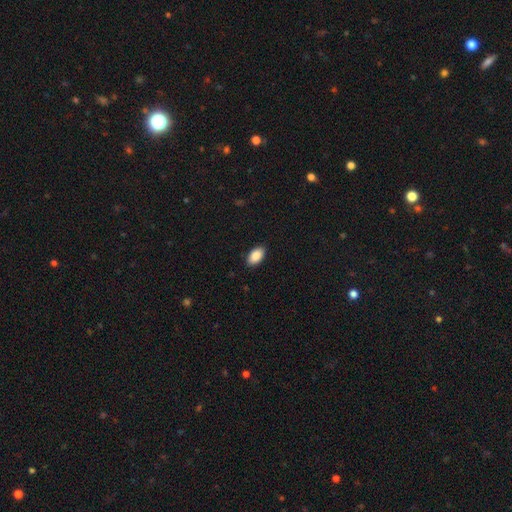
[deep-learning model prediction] A smooth galaxy with no disk features (89%) that is in between round and cigar-shaped (94%). Merging: none (89%).